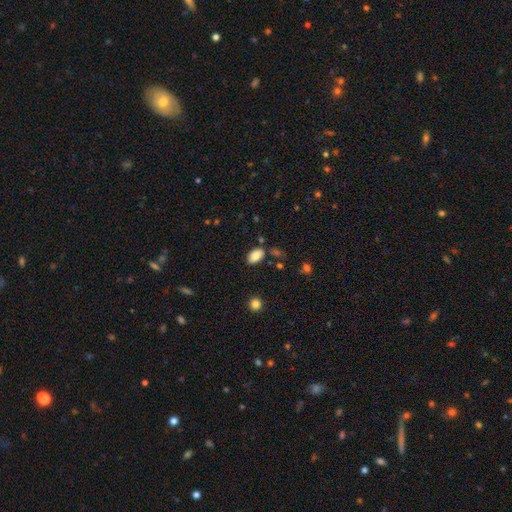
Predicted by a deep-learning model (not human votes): This is clearly a smooth galaxy (86%). How rounded: clearly in between (92%). Merging: likely none (75%).